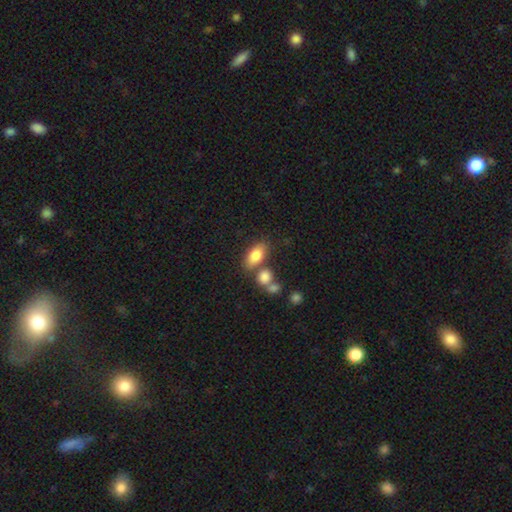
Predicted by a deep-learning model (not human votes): This appears to be a smooth galaxy with no disk features (80%) that is in between round and cigar-shaped (85%). Merging: none (60%).